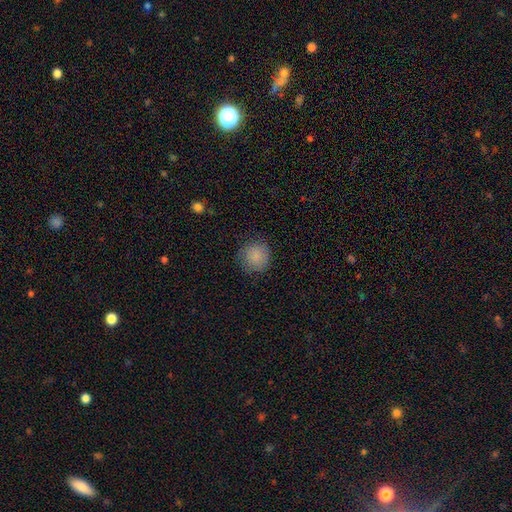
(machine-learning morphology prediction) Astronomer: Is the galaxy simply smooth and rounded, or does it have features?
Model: smooth — 85%.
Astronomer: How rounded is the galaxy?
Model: round — 87%.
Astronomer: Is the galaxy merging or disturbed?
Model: none — 81%.